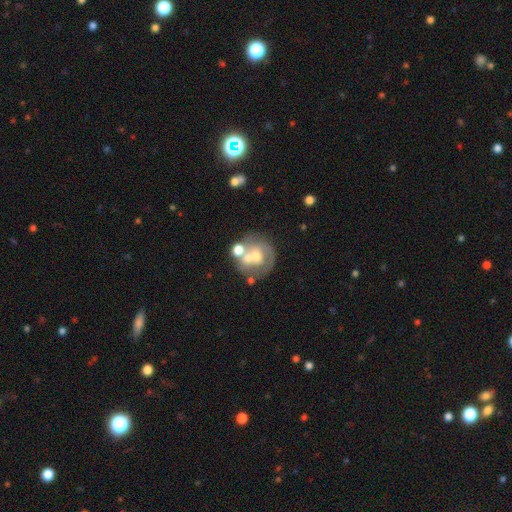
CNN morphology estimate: Smooth or featured? featured or disk (63%)
Edge-on disk? no (98%)
Bar? no (72%)
Spiral arms? no (55%)
Bulge size? moderate (45%)
Merging? none (46%)